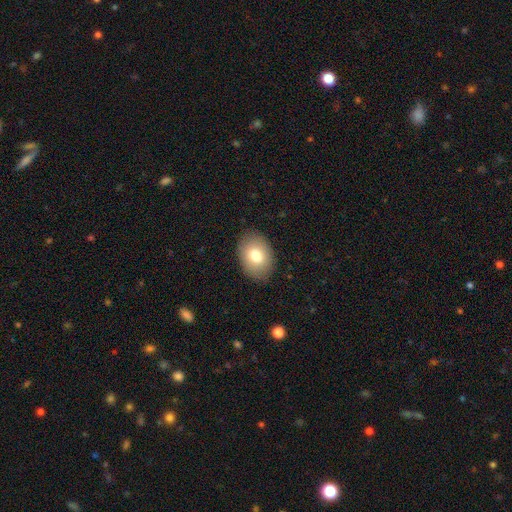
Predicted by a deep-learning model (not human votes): Q: Smooth or featured?
A: smooth (76%); runner-up: featured or disk (16%)
Q: How rounded?
A: in between (80%); runner-up: round (19%)
Q: Merging?
A: none (86%); runner-up: minor disturbance (10%)